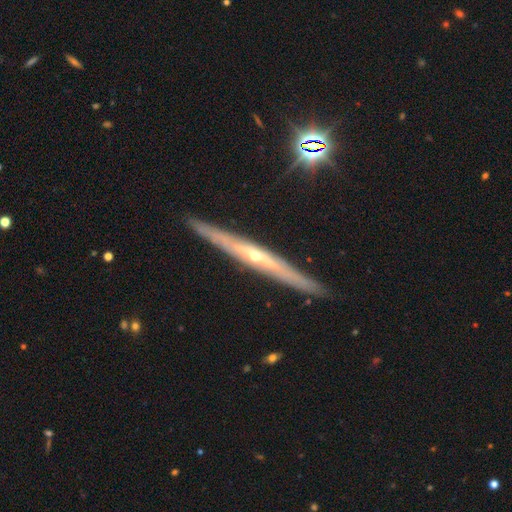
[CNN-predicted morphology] type=featured or disk (79%); edge-on=yes (95%); edge-on bulge=rounded (65%); merging=none (90%).